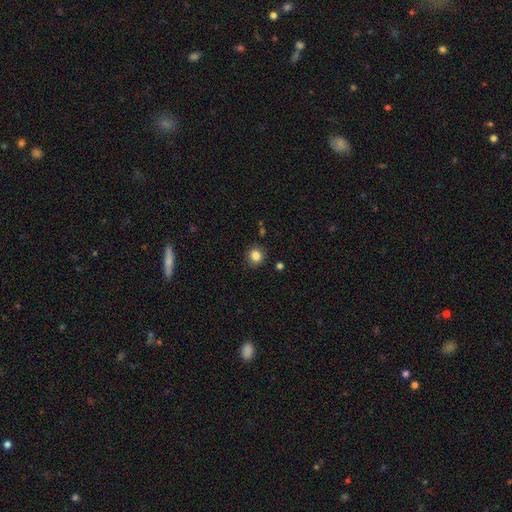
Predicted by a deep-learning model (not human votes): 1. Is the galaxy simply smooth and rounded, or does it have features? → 85% smooth, 11% star or artifact, 5% featured or disk.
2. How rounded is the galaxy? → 84% round, 15% in between, 1% cigar-shaped.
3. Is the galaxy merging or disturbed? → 88% none, 8% minor disturbance, 2% major disturbance, 2% merger.